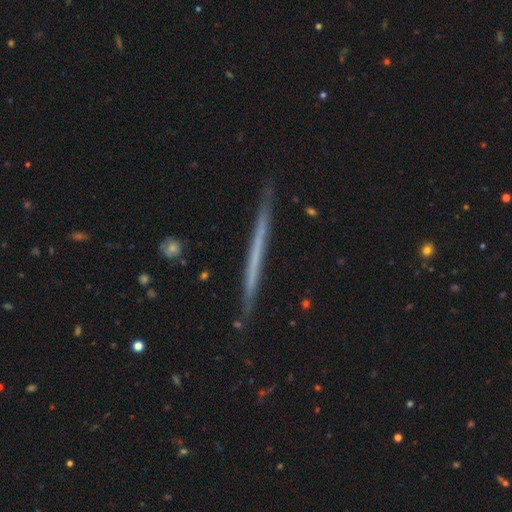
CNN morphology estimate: This appears to be a featured or disk galaxy (56%) viewed edge-on (98%) with no central bulge (94%). Merging: none (90%).